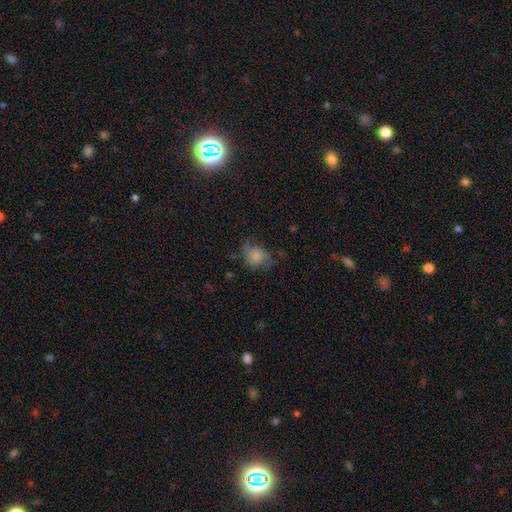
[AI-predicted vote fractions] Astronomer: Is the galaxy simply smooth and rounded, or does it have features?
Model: smooth — 60%.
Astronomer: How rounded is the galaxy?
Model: round — 51% (runner-up: in between, 48%).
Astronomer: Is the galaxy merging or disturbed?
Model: none — 49% (runner-up: minor disturbance, 28%).